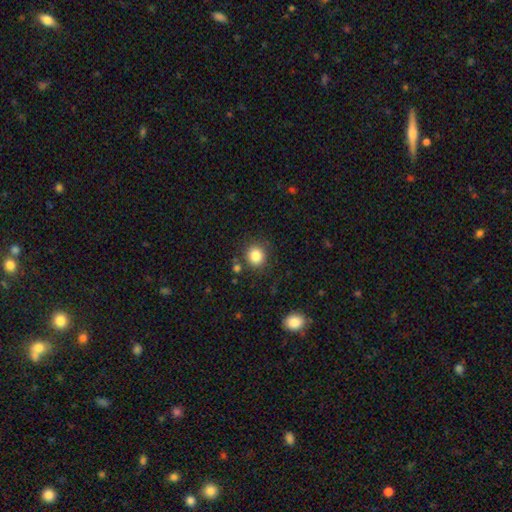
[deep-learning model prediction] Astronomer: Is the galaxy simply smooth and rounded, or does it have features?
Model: smooth — 84%.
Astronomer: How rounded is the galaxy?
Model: round — 86%.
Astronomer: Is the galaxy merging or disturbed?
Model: none — 84%.